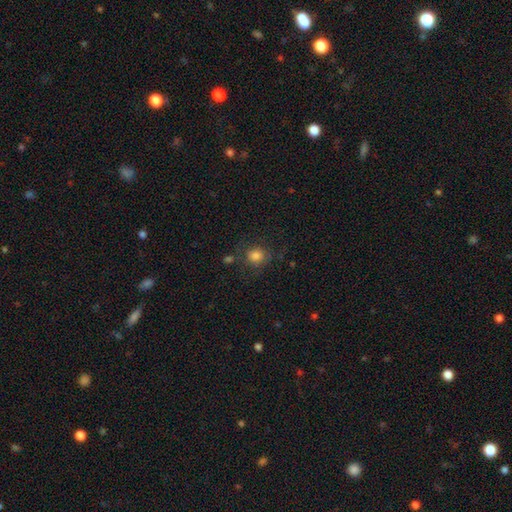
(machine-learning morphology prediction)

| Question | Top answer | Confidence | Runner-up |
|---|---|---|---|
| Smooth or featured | smooth | 82% | star or artifact (11%) |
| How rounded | round | 85% | in between (14%) |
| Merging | none | 74% | minor disturbance (14%) |